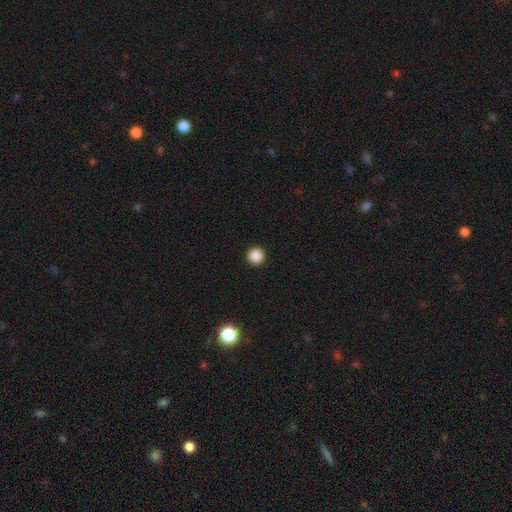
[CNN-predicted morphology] Smooth or featured?
  - smooth: 88% *
  - star or artifact: 10%
  - featured or disk: 2%
How rounded?
  - round: 96% *
  - in between: 3%
  - cigar-shaped: 1%
Merging?
  - none: 94% *
  - minor disturbance: 4%
  - major disturbance: 1%
  - merger: 1%